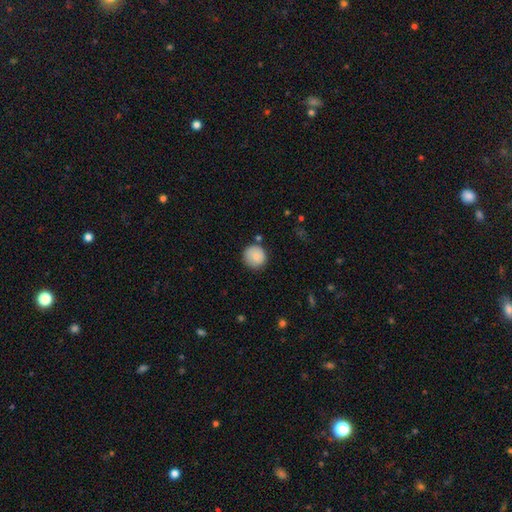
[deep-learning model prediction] Morphology: type=smooth (86%); roundness=round (94%); merging=none (83%).